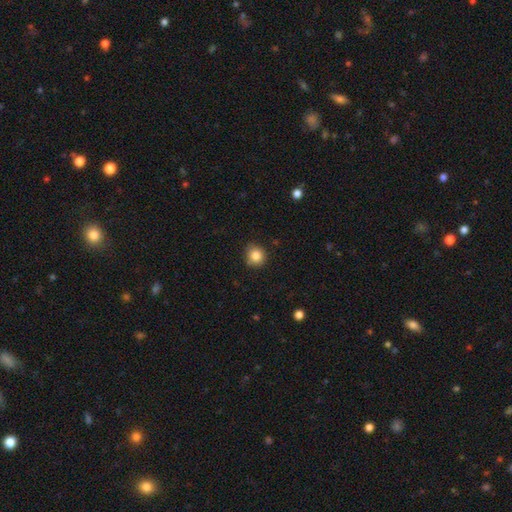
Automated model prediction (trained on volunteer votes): A smooth galaxy with no disk features (84%) that is round (87%). Merging: none (79%).